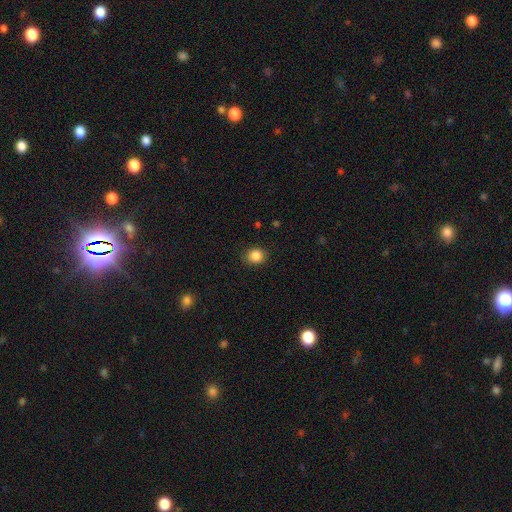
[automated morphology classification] Smooth or featured?
  - smooth: 86% *
  - star or artifact: 10%
  - featured or disk: 4%
How rounded?
  - round: 77% *
  - in between: 22%
  - cigar-shaped: 1%
Merging?
  - none: 88% *
  - minor disturbance: 8%
  - major disturbance: 2%
  - merger: 1%